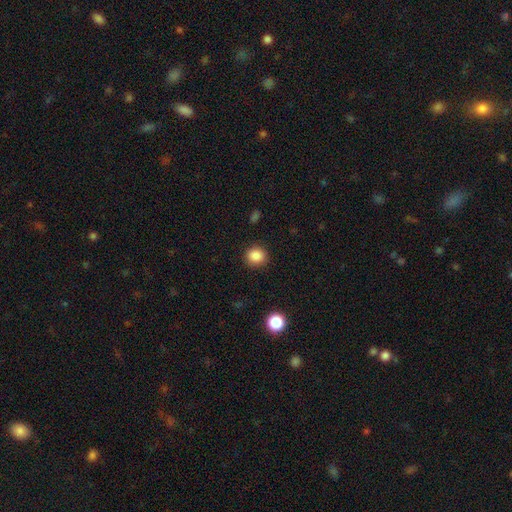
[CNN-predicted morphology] This is clearly a smooth galaxy (87%). How rounded: clearly round (82%). Merging: clearly none (89%).